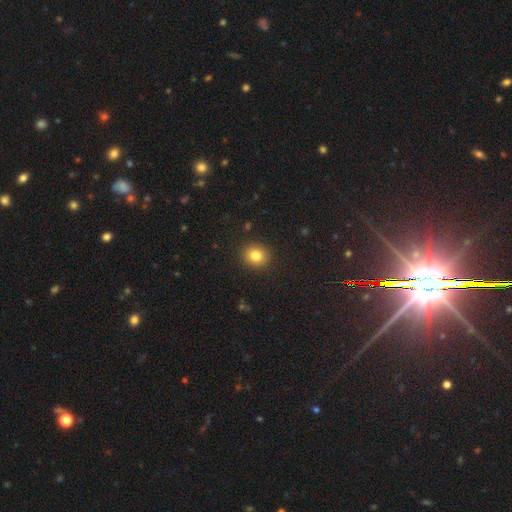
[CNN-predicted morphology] The model was most divided on "how rounded": round: 77%, in between: 22%, cigar-shaped: 1%. More confident: merging — none (90%); smooth or featured — smooth (82%).